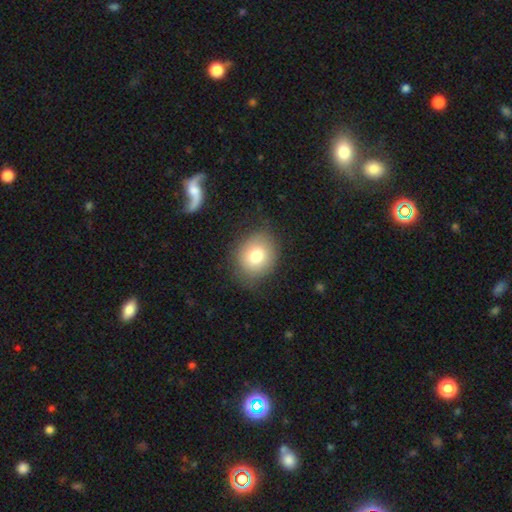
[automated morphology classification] Overall: smooth (77%). How rounded: round (69%; in between 30%). Merging: none (79%).